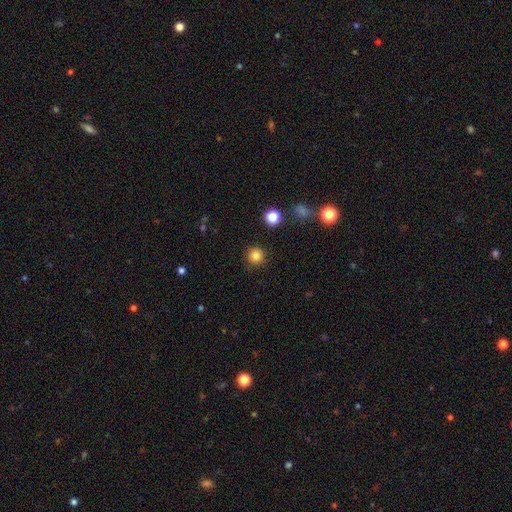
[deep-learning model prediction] Overall: smooth (83%). How rounded: round (95%). Merging: none (89%).